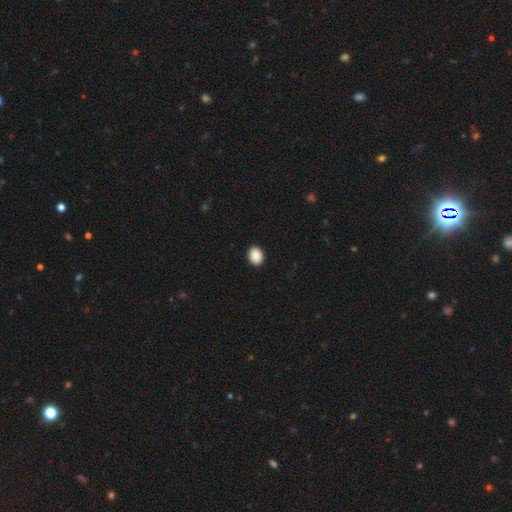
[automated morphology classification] Smooth or featured?
  - smooth: 90% *
  - star or artifact: 8%
  - featured or disk: 3%
How rounded?
  - in between: 55% *
  - round: 44%
  - cigar-shaped: 1%
Merging?
  - none: 92% *
  - minor disturbance: 6%
  - major disturbance: 2%
  - merger: 1%